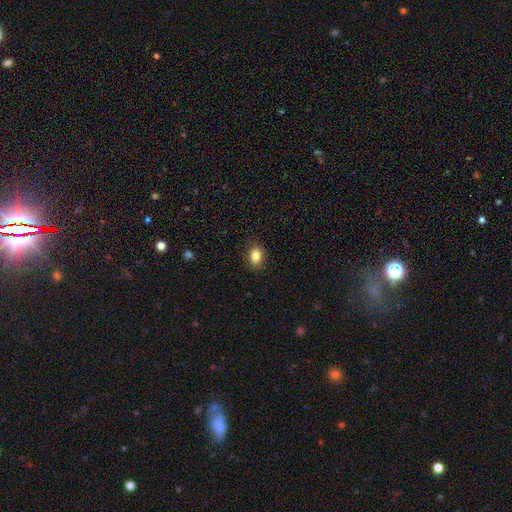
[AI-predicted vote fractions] Overall: smooth (85%). How rounded: in between (72%). Merging: none (88%).